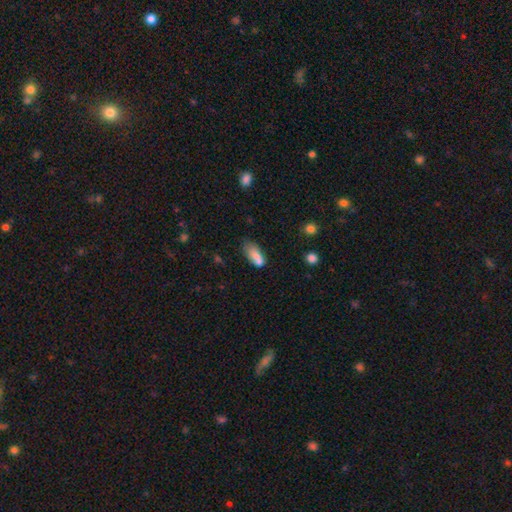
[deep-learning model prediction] Smooth or featured?
  - smooth: 74% *
  - featured or disk: 17%
  - star or artifact: 9%
How rounded?
  - in between: 84% *
  - cigar-shaped: 12%
  - round: 5%
Merging?
  - none: 36% *
  - merger: 31%
  - minor disturbance: 23%
  - major disturbance: 10%